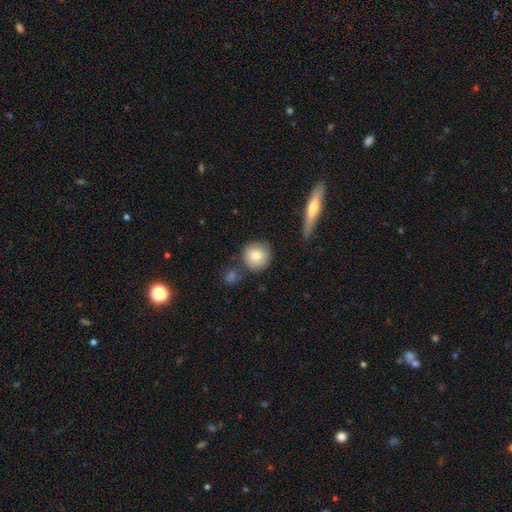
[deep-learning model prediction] A smooth galaxy with no disk features (80%) that is round (93%).

Vote fractions:
- Smooth or featured? smooth: 80% / featured or disk: 13% / star or artifact: 7%
- How rounded? round: 93% / in between: 6% / cigar-shaped: 1%
- Merging? none: 75% / minor disturbance: 13% / merger: 8% / major disturbance: 4%